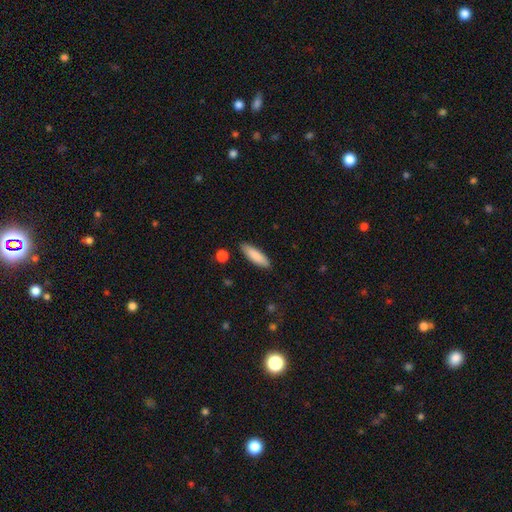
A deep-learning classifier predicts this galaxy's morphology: Overall: smooth (86%). How rounded: cigar-shaped (60%; in between 38%). Merging: none (88%).